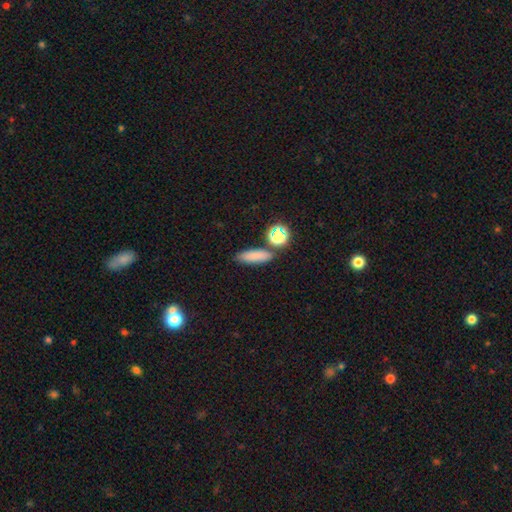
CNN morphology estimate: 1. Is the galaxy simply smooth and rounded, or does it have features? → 79% smooth, 13% star or artifact, 8% featured or disk.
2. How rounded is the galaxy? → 51% cigar-shaped, 40% in between, 9% round.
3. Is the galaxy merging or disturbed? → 79% none, 10% minor disturbance, 8% merger, 3% major disturbance.